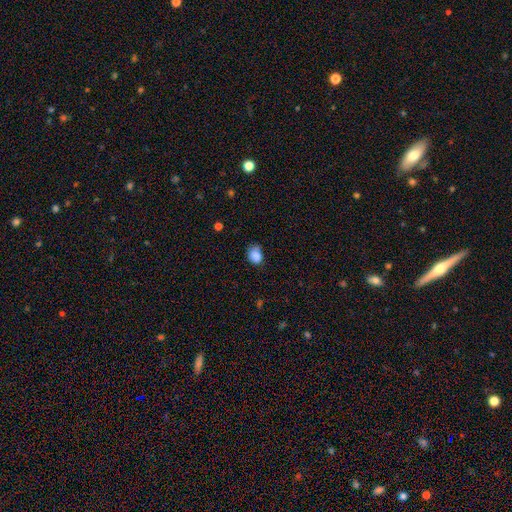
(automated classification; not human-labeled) Smooth or featured? smooth (85%)
How rounded? in between (56%)
Merging? none (53%)